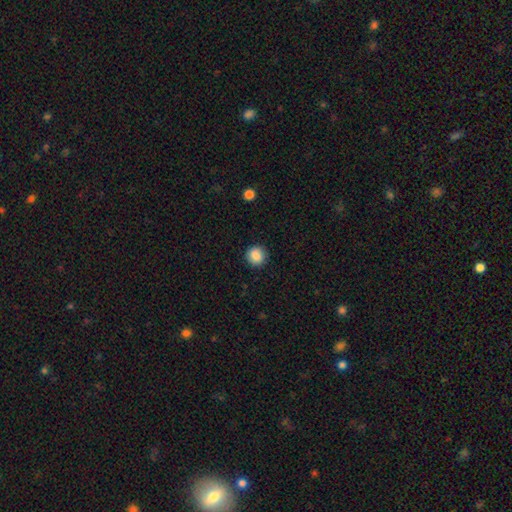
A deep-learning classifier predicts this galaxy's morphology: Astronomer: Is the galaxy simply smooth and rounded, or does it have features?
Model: smooth — 87%.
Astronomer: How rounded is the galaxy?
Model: round — 91%.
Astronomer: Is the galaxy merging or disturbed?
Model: none — 89%.